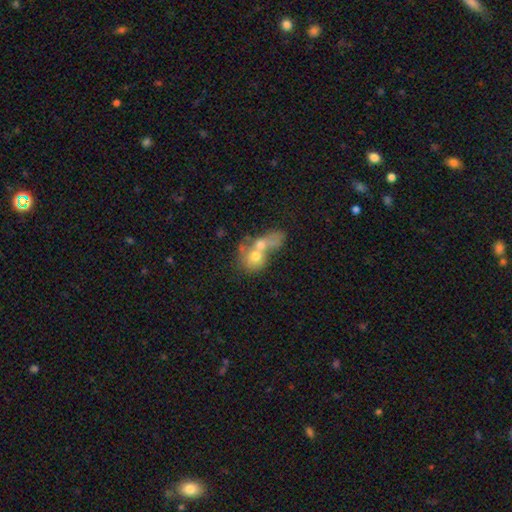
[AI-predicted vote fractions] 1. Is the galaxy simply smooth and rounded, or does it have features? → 61% smooth, 29% featured or disk, 9% star or artifact.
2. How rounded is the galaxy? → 58% round, 40% in between, 3% cigar-shaped.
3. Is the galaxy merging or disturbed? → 76% merger, 11% none, 8% major disturbance, 5% minor disturbance.